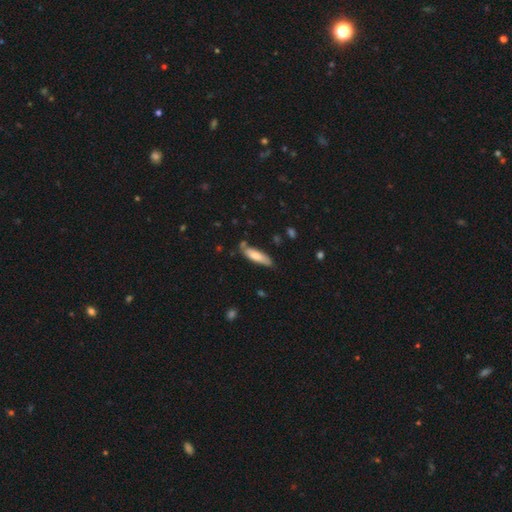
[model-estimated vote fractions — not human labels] A smooth galaxy with no disk features (76%) that is cigar-shaped (64%). Merging: none (72%).